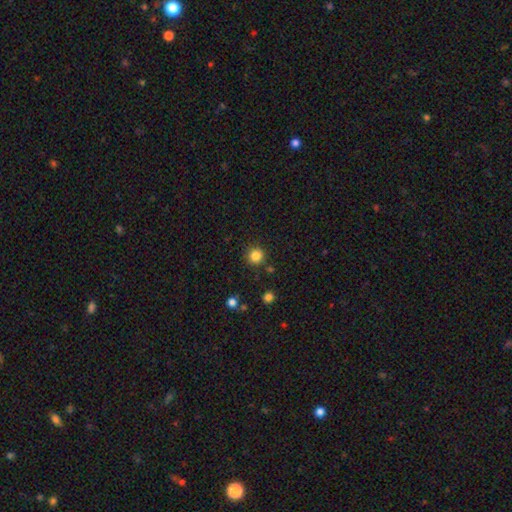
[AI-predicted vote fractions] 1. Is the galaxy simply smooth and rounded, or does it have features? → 84% smooth, 12% star or artifact, 4% featured or disk.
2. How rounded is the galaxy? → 94% round, 5% in between, 1% cigar-shaped.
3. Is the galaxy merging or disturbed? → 89% none, 6% minor disturbance, 3% merger, 2% major disturbance.